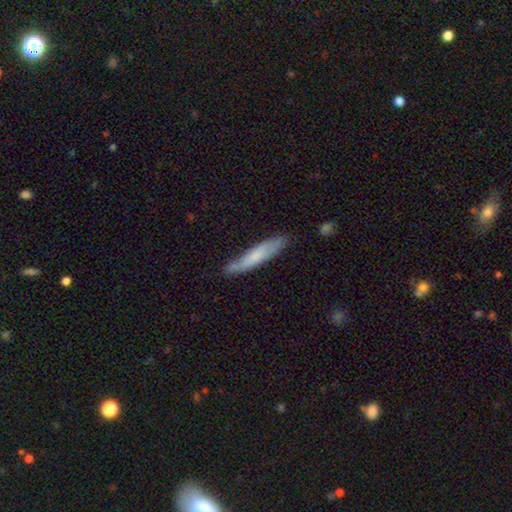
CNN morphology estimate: smooth-or-featured: smooth: 62% | featured or disk: 33% | star or artifact: 5%
  how-rounded: cigar-shaped: 88% | in between: 11% | round: 1%
  merging: none: 72% | minor disturbance: 22% | major disturbance: 4% | merger: 3%